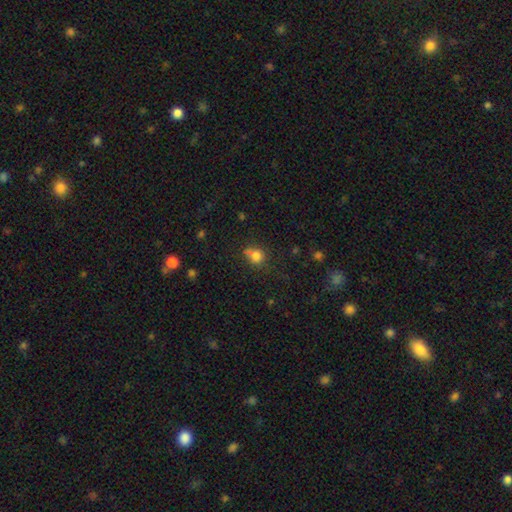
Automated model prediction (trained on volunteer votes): A smooth galaxy with no disk features (77%) that is round (73%). Merging: none (49%).